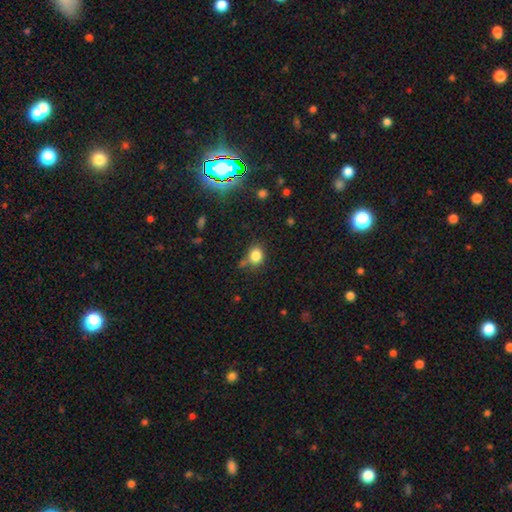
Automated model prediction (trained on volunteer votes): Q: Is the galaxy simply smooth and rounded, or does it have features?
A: smooth — 82%.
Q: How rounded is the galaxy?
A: round — 63%.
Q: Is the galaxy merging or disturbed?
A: none — 69%.